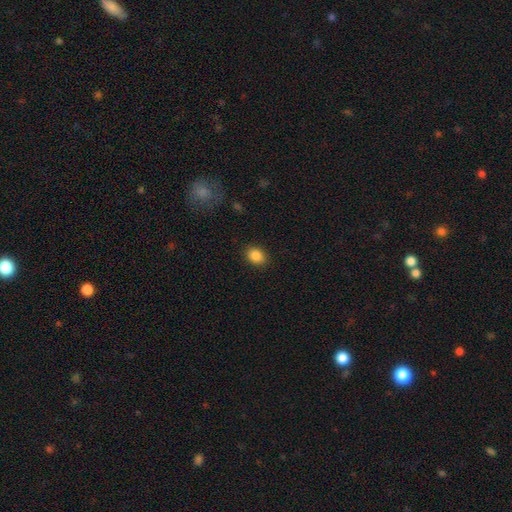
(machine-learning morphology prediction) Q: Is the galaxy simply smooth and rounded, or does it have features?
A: smooth — 87%.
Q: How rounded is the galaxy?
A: in between — 61%.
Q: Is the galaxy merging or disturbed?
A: none — 89%.